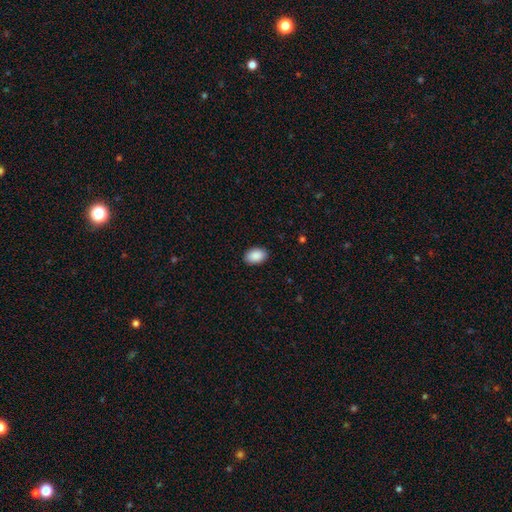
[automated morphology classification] This appears to be a smooth galaxy with no disk features (90%) that is in between round and cigar-shaped (87%). Merging: none (89%).